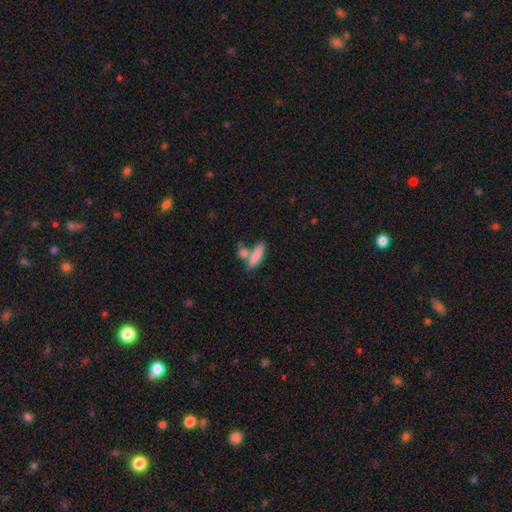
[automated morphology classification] The model was most divided on "merging": none: 53%, merger: 31%, minor disturbance: 12%, major disturbance: 5%. More confident: smooth or featured — smooth (80%); how rounded — cigar-shaped (64%).